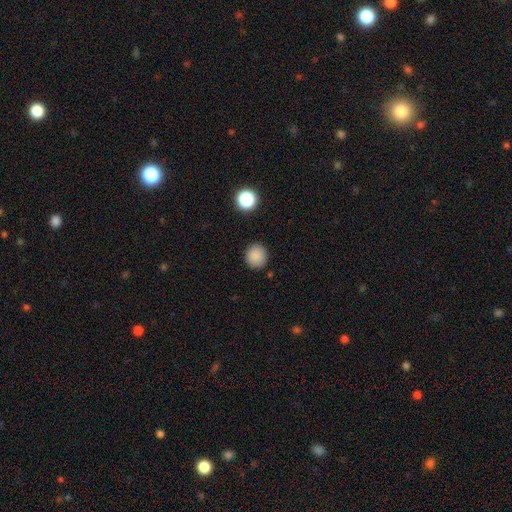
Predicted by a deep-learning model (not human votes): smooth 86%, star or artifact 11%, featured or disk 4%. Down the decision tree: how rounded — round (89%); merging — none (89%).